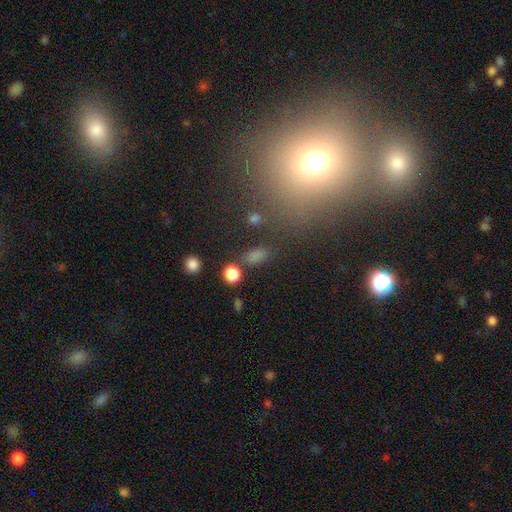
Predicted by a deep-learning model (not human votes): smooth 71%, star or artifact 21%, featured or disk 8%. Down the decision tree: how rounded — in between (77%); merging — none (80%).